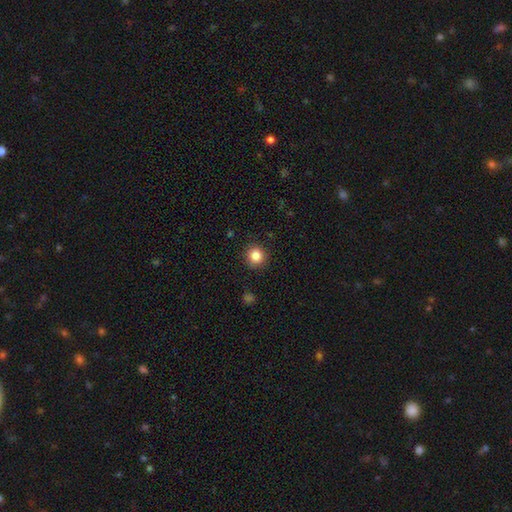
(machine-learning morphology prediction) The model was most divided on "smooth or featured": smooth: 84%, star or artifact: 11%, featured or disk: 5%. More confident: how rounded — round (92%); merging — none (90%).